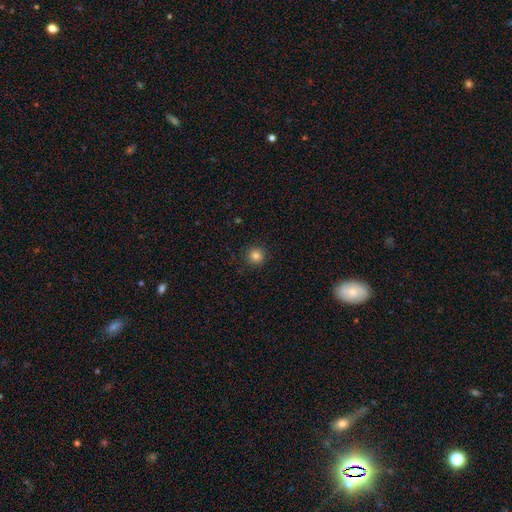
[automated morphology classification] type=smooth (84%); roundness=round (94%); merging=none (91%).